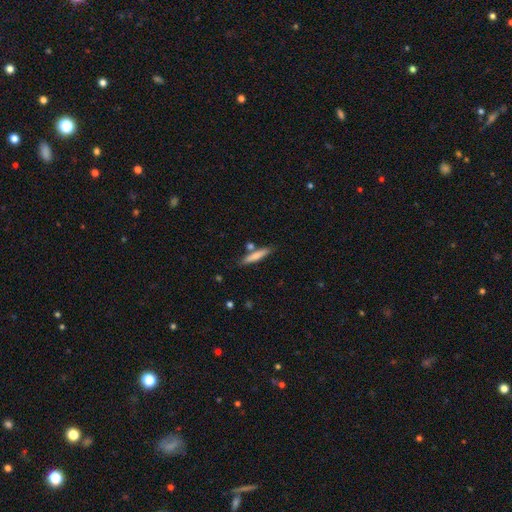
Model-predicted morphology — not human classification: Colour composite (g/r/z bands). It shows a smooth galaxy with no disk features (72%) that is cigar-shaped (89%). Merging: none (76%).